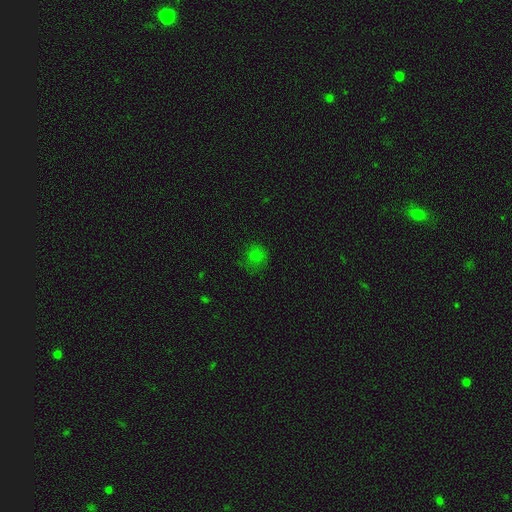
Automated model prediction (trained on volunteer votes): smooth-or-featured: smooth: 72% | star or artifact: 21% | featured or disk: 7%
  how-rounded: round: 83% | in between: 15% | cigar-shaped: 1%
  merging: none: 71% | minor disturbance: 20% | major disturbance: 8% | merger: 2%